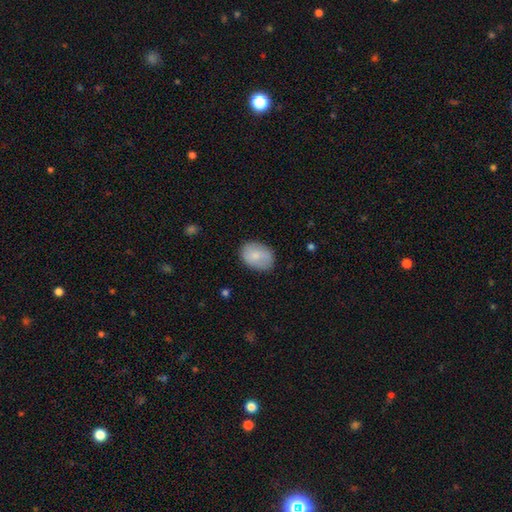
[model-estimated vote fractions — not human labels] The model was most divided on "how rounded": in between: 75%, round: 24%, cigar-shaped: 1%. More confident: merging — none (80%); smooth or featured — smooth (78%).